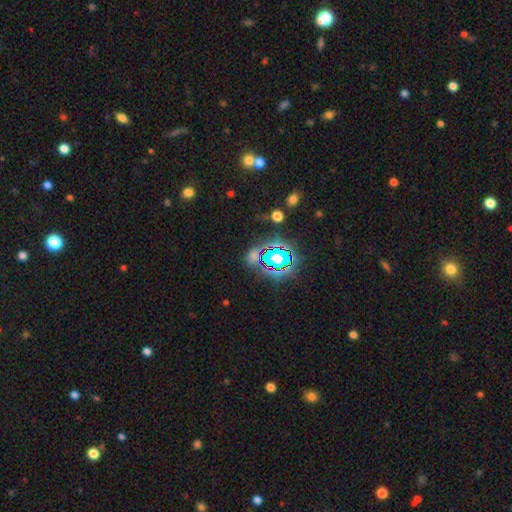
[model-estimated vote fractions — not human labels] A star or artifact, not a galaxy (71%).